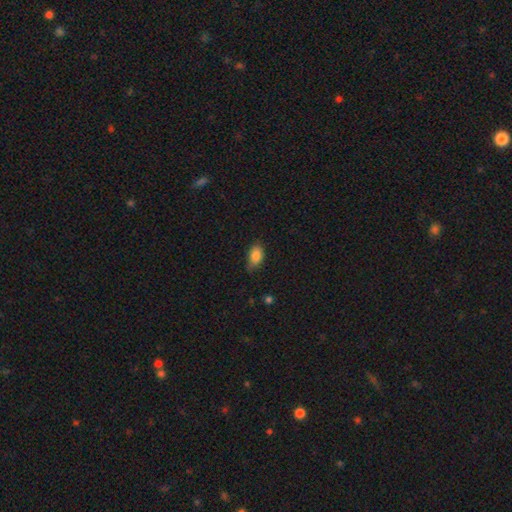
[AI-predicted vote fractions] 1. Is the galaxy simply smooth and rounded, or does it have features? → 85% smooth, 8% star or artifact, 7% featured or disk.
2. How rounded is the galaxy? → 87% in between, 11% round, 2% cigar-shaped.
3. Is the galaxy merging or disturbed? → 65% none, 30% minor disturbance, 4% major disturbance, 1% merger.